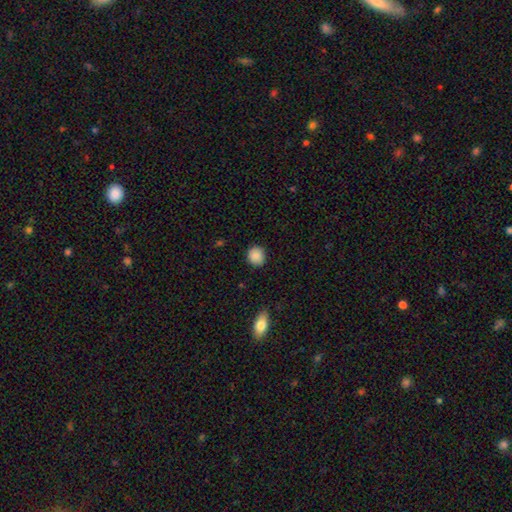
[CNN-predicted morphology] type=smooth (88%); roundness=round (84%); merging=none (88%).